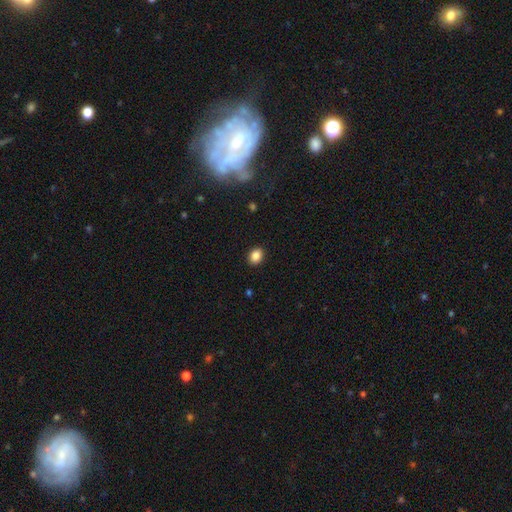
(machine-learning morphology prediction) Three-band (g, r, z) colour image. It shows a smooth galaxy with no disk features (87%) that is in between round and cigar-shaped (61%). Merging: none (90%).